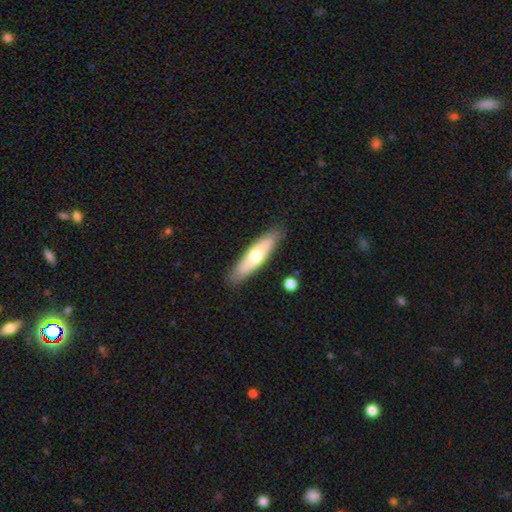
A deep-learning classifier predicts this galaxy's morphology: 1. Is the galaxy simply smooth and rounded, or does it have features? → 58% smooth, 37% featured or disk, 5% star or artifact.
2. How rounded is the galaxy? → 71% cigar-shaped, 27% in between, 2% round.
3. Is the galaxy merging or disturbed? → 87% none, 10% minor disturbance, 2% major disturbance, 2% merger.